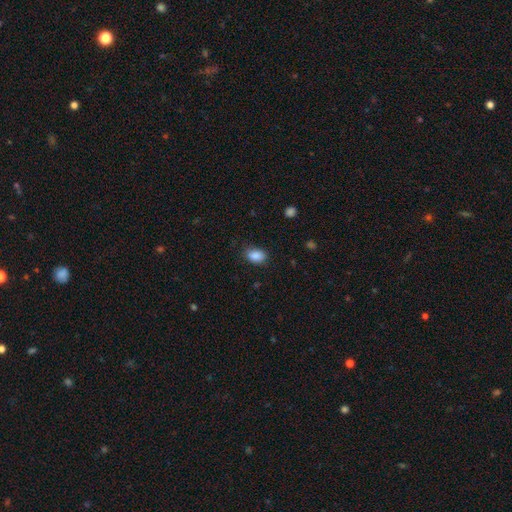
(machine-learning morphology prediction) type=smooth (87%); roundness=in between (86%); merging=none (80%).